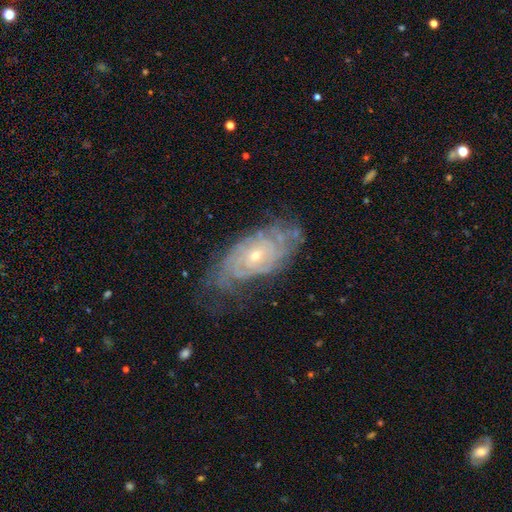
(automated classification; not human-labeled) This appears to be a featured or disk galaxy (83%) with no bar (75%), tight (76%) spiral arms (94%) and a small central bulge (68%). Merging: none (62%).